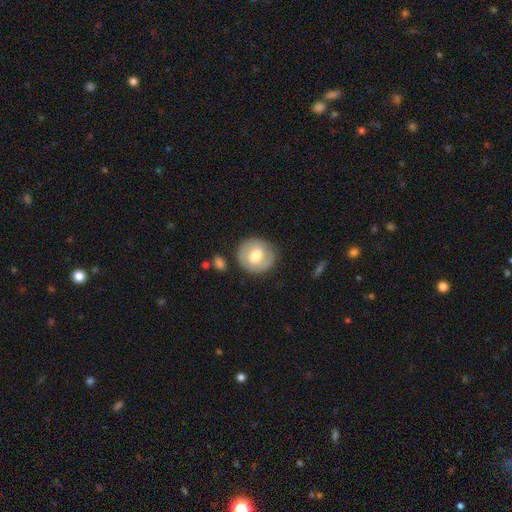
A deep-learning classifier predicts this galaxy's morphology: Smooth or featured? smooth (53%)
How rounded? round (86%)
Merging? none (82%)